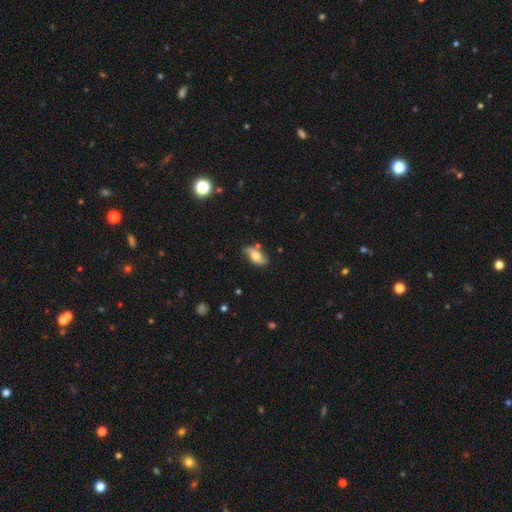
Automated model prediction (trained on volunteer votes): Smooth or featured?
  - smooth: 49% *
  - featured or disk: 43%
  - star or artifact: 8%
Merging?
  - none: 65% *
  - minor disturbance: 24%
  - major disturbance: 6%
  - merger: 4%